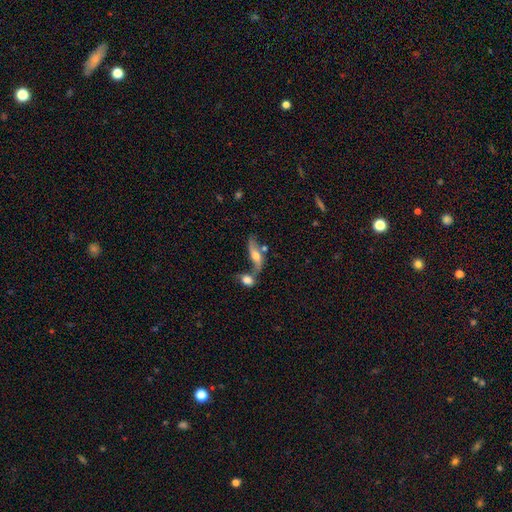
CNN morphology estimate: Smooth or featured: featured or disk — 52% (smooth — 39%)
Edge-on disk: no — 69% (yes — 31%)
Merging: merger — 49% (none — 31%)